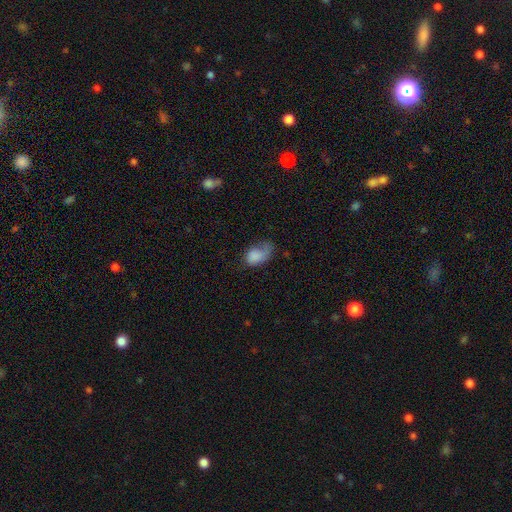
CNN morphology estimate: This appears to be a smooth galaxy with no disk features (76%) that is in between round and cigar-shaped (86%). Merging: major disturbance (38%).